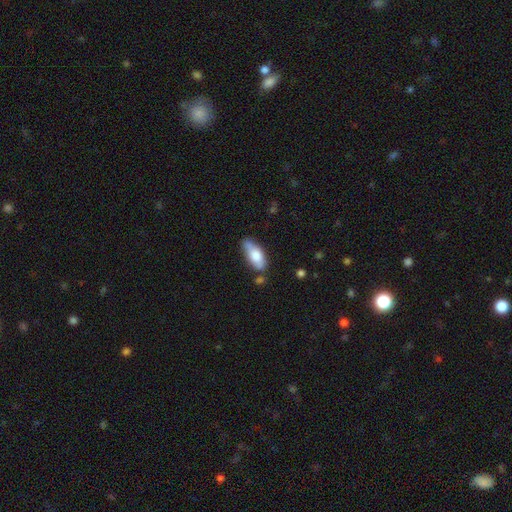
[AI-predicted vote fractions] Smooth or featured? Predicted: smooth (p=0.72). How rounded? Predicted: in between (p=0.79). Merging? Predicted: none (p=0.62).